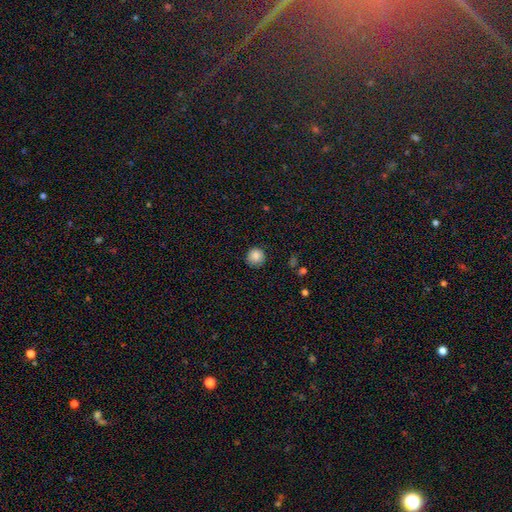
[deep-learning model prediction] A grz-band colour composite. It shows a smooth galaxy with no disk features (86%) that is round (94%). Merging: none (88%).